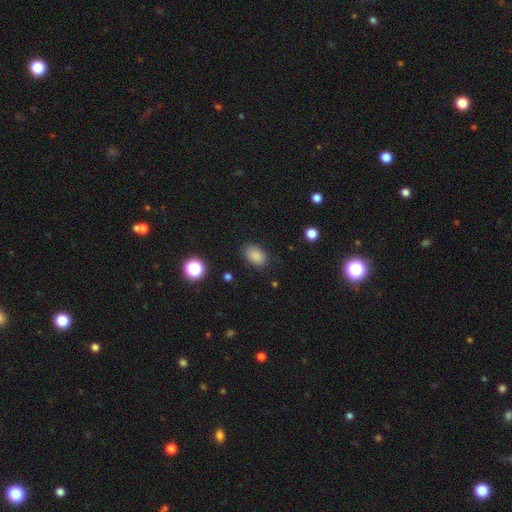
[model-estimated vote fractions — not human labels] Smooth or featured: smooth — 85% (star or artifact — 10%)
How rounded: in between — 84% (round — 15%)
Merging: none — 84% (minor disturbance — 12%)